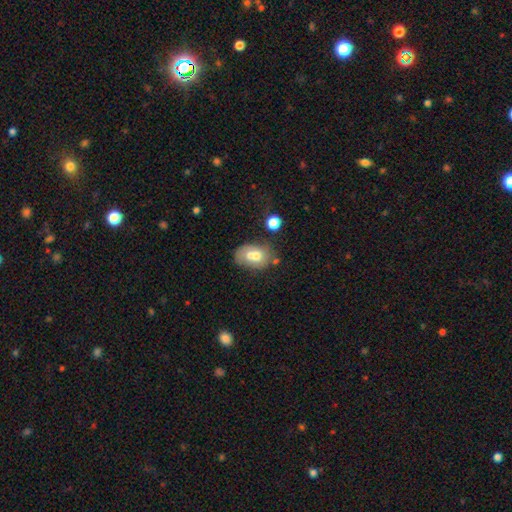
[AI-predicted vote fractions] A smooth galaxy with no disk features (67%) that is in between round and cigar-shaped (79%). Merging: none (41%).